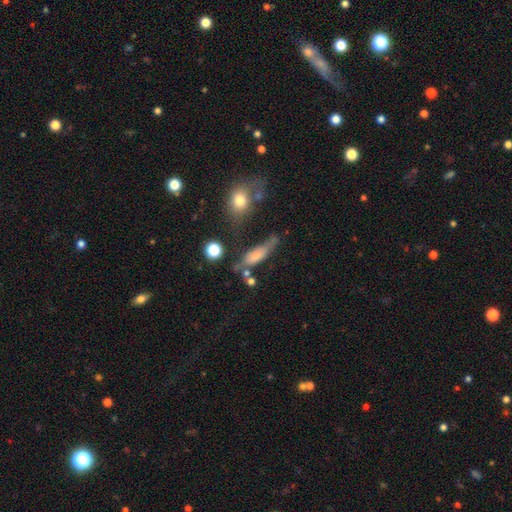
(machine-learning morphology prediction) A smooth galaxy with no disk features (61%) that is cigar-shaped (52%). Merging: none (42%).